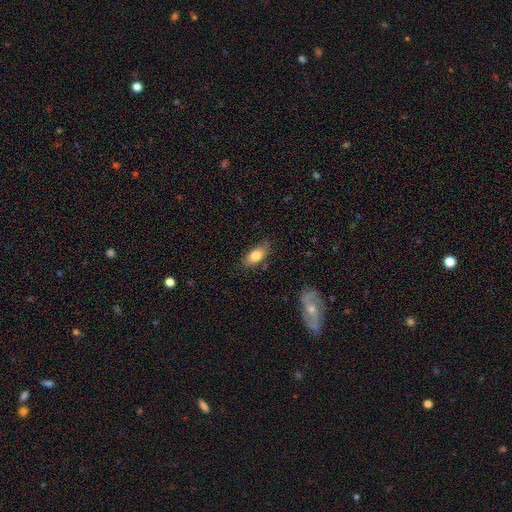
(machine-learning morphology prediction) This appears to be a smooth galaxy with no disk features (80%) that is in between round and cigar-shaped (89%). Merging: none (76%).